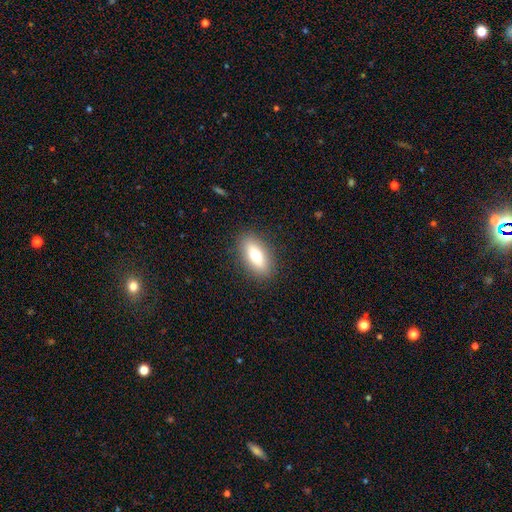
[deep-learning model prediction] smooth-or-featured: smooth: 73% | featured or disk: 19% | star or artifact: 8%
  how-rounded: in between: 79% | cigar-shaped: 17% | round: 4%
  merging: none: 88% | minor disturbance: 9% | major disturbance: 3% | merger: 1%